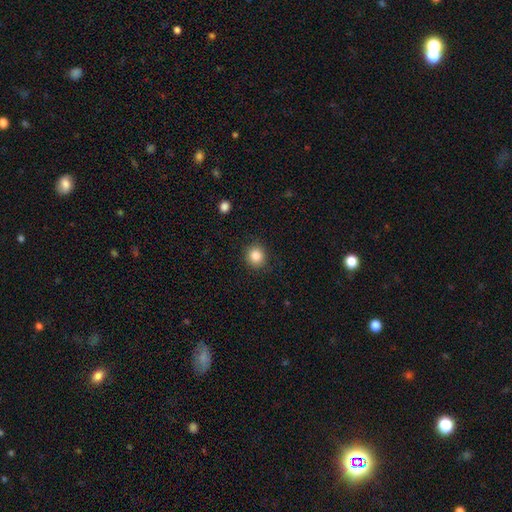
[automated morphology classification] This appears to be a smooth galaxy with no disk features (85%) that is round (85%). Merging: none (88%).